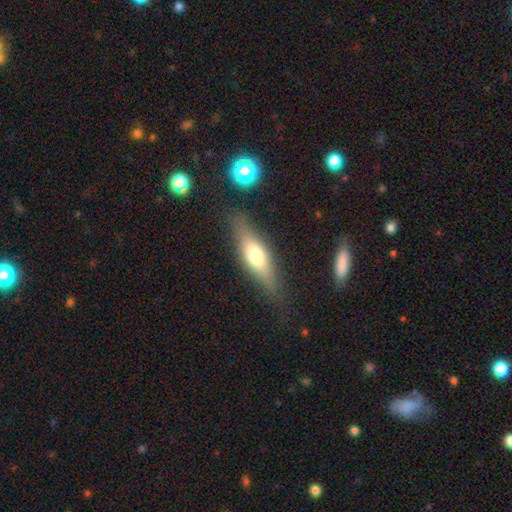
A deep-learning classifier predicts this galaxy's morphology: A smooth galaxy with no disk features (51%) that is cigar-shaped (59%).

Vote fractions:
- Smooth or featured? smooth: 51% / featured or disk: 42% / star or artifact: 7%
- How rounded? cigar-shaped: 59% / in between: 38% / round: 3%
- Merging? none: 81% / minor disturbance: 13% / major disturbance: 4% / merger: 2%